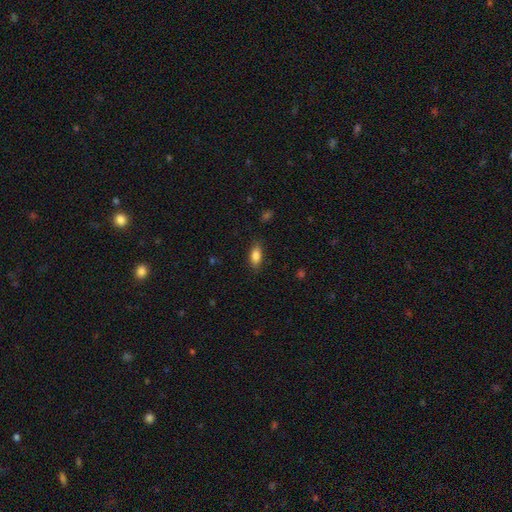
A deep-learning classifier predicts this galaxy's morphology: Overall: smooth (85%). How rounded: in between (84%). Merging: none (84%).